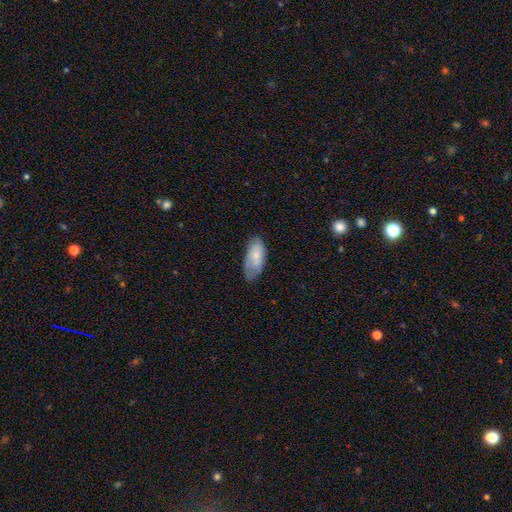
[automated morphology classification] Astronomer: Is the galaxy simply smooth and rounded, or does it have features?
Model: smooth — 67%.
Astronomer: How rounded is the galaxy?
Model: in between — 91%.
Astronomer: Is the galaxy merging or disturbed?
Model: none — 53% (runner-up: minor disturbance, 35%).